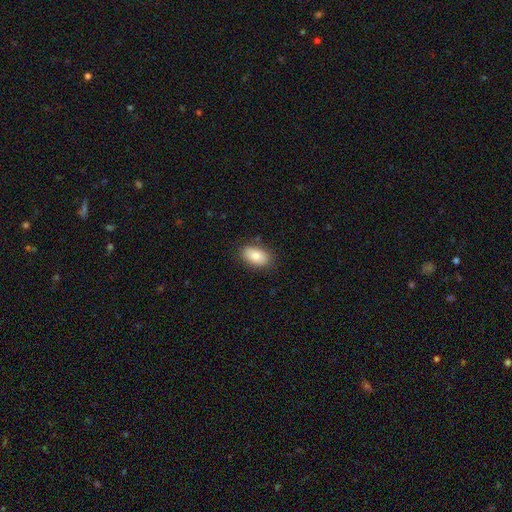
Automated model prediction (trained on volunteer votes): This appears to be a smooth galaxy with no disk features (81%) that is in between round and cigar-shaped (91%). Merging: none (85%).